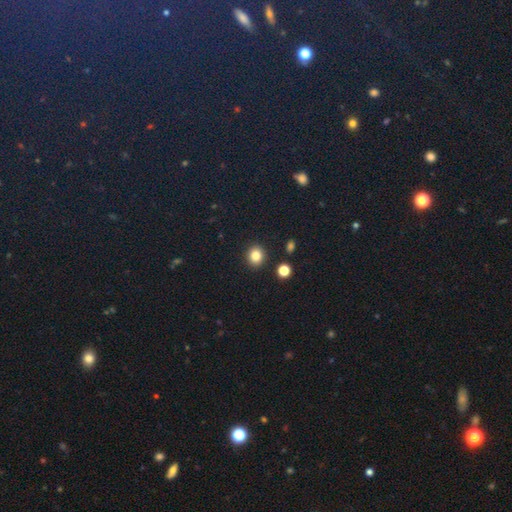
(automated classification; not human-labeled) Overall: smooth (83%). How rounded: round (80%). Merging: none (90%).